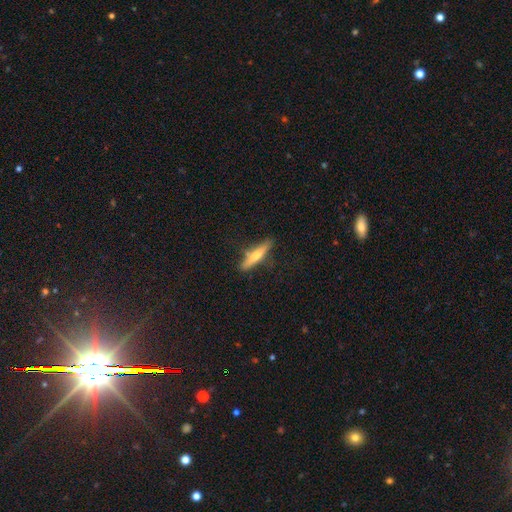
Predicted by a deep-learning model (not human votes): The model was most divided on "smooth or featured": smooth: 55%, featured or disk: 39%, star or artifact: 6%. More confident: how rounded — cigar-shaped (87%); merging — none (79%).